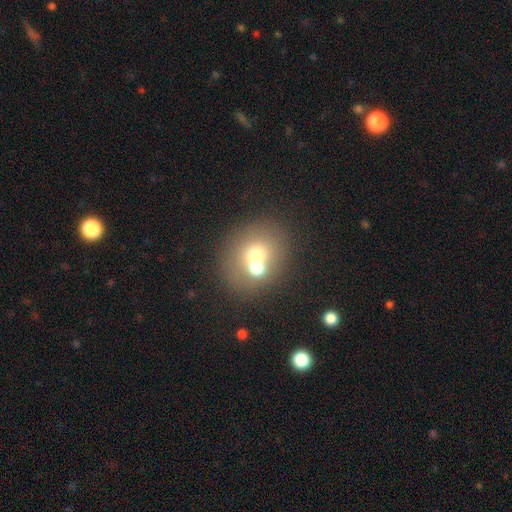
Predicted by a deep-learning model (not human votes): Q: Smooth or featured?
A: smooth (64%); runner-up: featured or disk (21%)
Q: How rounded?
A: round (75%); runner-up: in between (24%)
Q: Merging?
A: none (46%); runner-up: merger (42%)